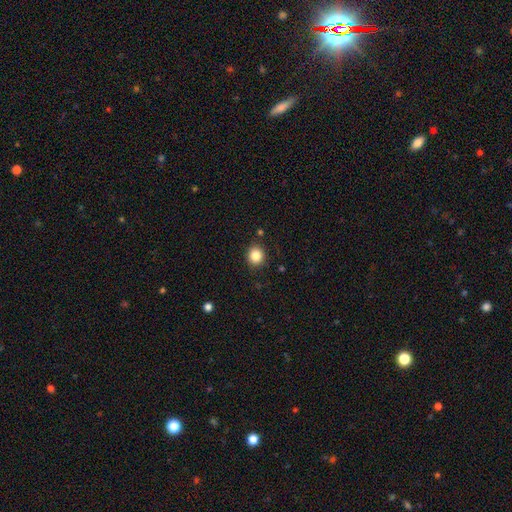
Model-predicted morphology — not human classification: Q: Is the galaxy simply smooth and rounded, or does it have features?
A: smooth — 85%.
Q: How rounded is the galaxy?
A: round — 83%.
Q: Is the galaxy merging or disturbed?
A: none — 88%.